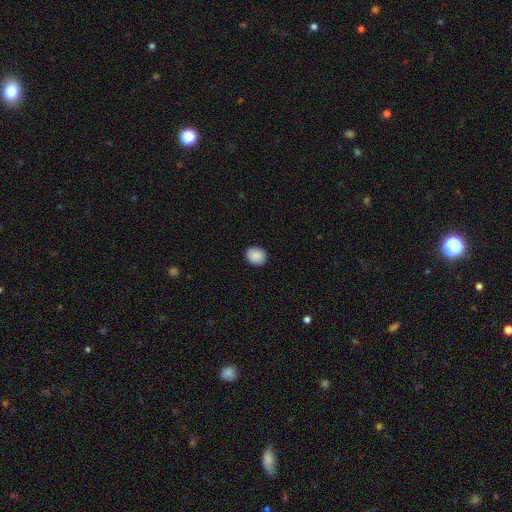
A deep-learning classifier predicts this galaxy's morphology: The model was most divided on "how rounded": round: 61%, in between: 38%, cigar-shaped: 1%. More confident: merging — none (90%); smooth or featured — smooth (90%).